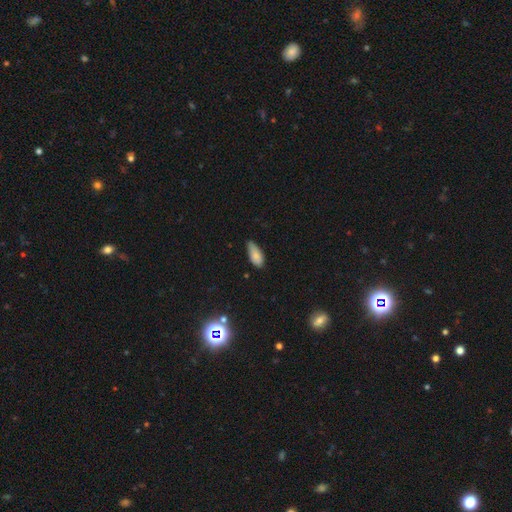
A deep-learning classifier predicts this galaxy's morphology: Smooth or featured? smooth (81%)
How rounded? in between (85%)
Merging? none (55%)